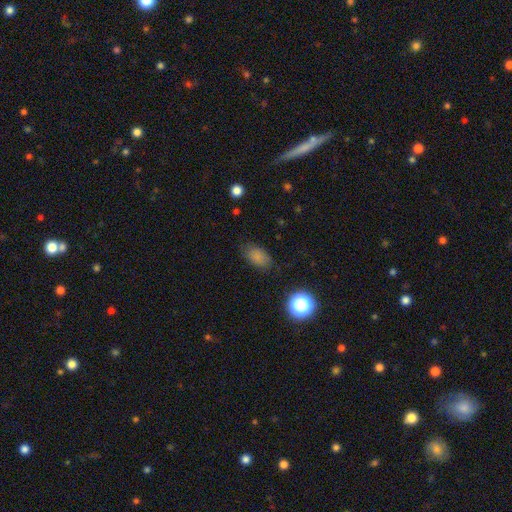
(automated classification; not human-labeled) This is likely a smooth galaxy (77%). How rounded: clearly in between (86%). Merging: clearly none (81%).